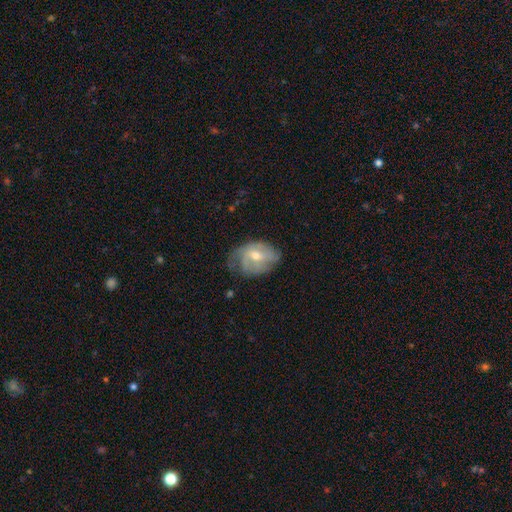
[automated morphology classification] Smooth or featured? Predicted: featured or disk (p=0.61). Edge-on disk? Predicted: no (p=0.95). Bar? Predicted: no (p=0.47). Spiral arms? Predicted: yes (p=0.73). Bulge size? Predicted: moderate (p=0.61). Merging? Predicted: none (p=0.49).